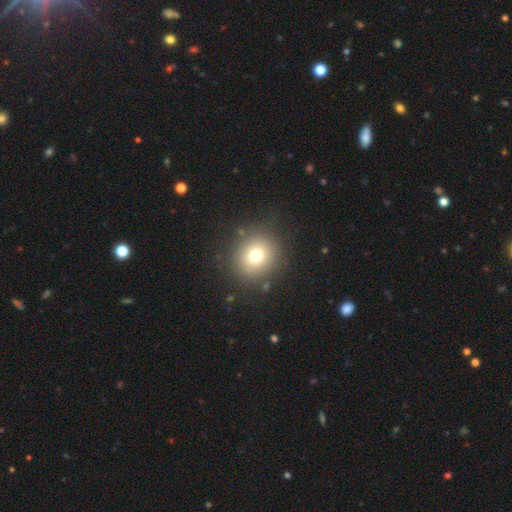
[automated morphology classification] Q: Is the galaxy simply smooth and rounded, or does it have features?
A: smooth — 72%.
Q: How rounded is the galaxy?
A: round — 89%.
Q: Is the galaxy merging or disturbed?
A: none — 85%.